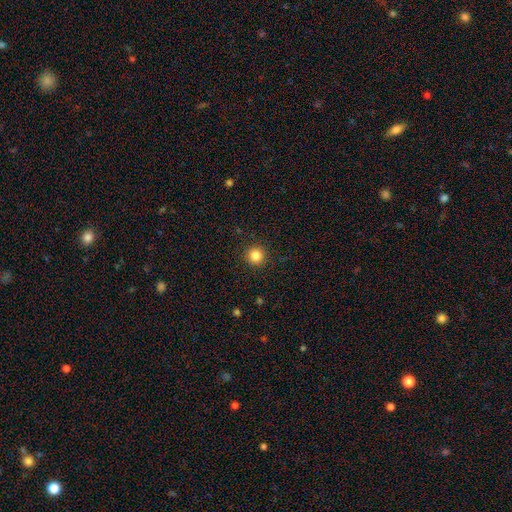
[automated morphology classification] Q: Smooth or featured?
A: smooth (84%); runner-up: star or artifact (11%)
Q: How rounded?
A: round (95%); runner-up: in between (4%)
Q: Merging?
A: none (92%); runner-up: minor disturbance (5%)